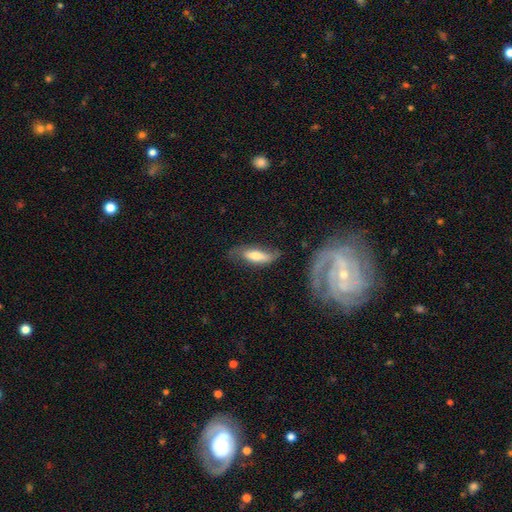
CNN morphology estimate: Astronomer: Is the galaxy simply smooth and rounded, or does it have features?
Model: smooth — 58% (runner-up: featured or disk, 35%).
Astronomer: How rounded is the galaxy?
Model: in between — 55% (runner-up: cigar-shaped, 43%).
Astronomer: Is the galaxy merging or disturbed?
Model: none — 55%.